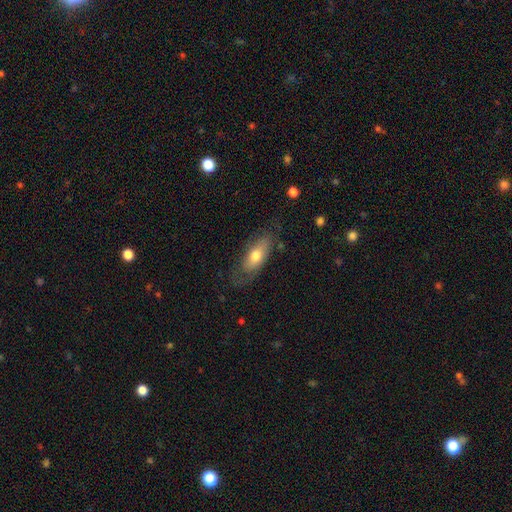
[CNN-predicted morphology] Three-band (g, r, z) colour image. It shows a smooth galaxy with no disk features (61%) that is in between round and cigar-shaped (75%). Merging: none (63%).